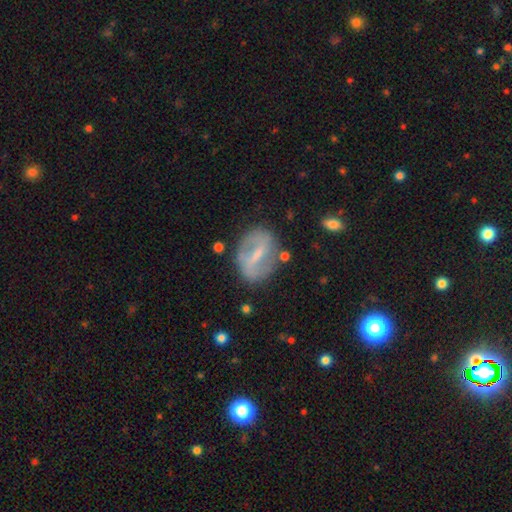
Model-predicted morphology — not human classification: Q: Smooth or featured?
A: featured or disk (67%); runner-up: smooth (25%)
Q: Edge-on disk?
A: no (92%); runner-up: yes (8%)
Q: Bar?
A: strong (59%); runner-up: weak (31%)
Q: Spiral arms?
A: no (51%); runner-up: yes (49%)
Q: Bulge size?
A: small (54%); runner-up: moderate (27%)
Q: Merging?
A: none (74%); runner-up: minor disturbance (16%)